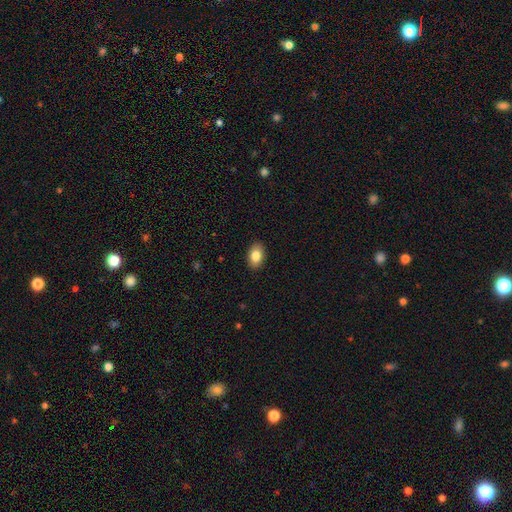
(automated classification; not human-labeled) Q: Smooth or featured?
A: smooth (84%); runner-up: featured or disk (9%)
Q: How rounded?
A: in between (89%); runner-up: round (10%)
Q: Merging?
A: none (90%); runner-up: minor disturbance (8%)